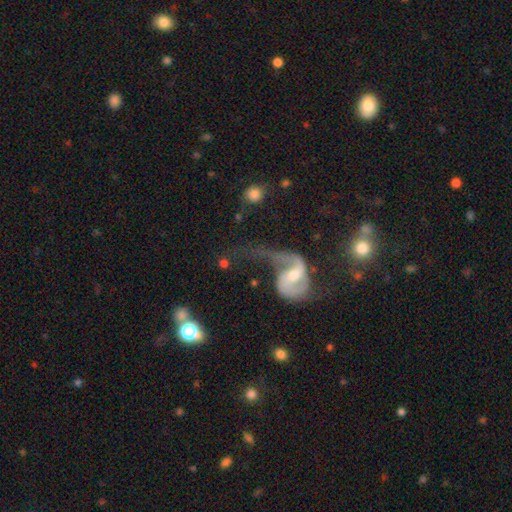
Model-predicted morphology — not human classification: This is likely a featured or disk galaxy (78%). It is clearly not viewed edge-on (96%). Bar: marginally weak (42%). Spiral arm pattern: clearly yes (89%). Spiral arm count: possibly 2 (55%). Spiral winding: likely loose (61%). Central bulge: possibly small (47%). Merging: marginally major disturbance (38%).